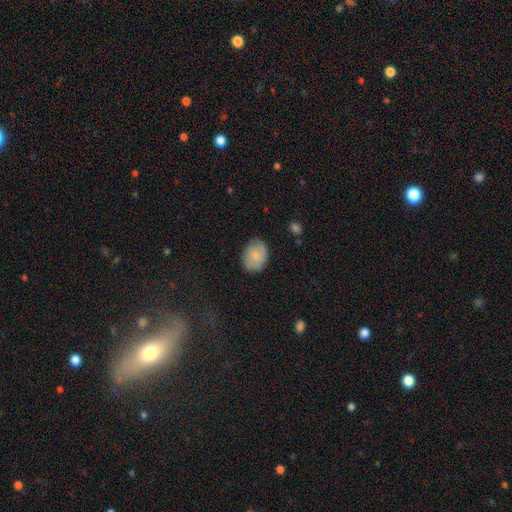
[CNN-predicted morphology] This is likely a smooth galaxy (74%). How rounded: likely in between (64%). Merging: likely none (78%).